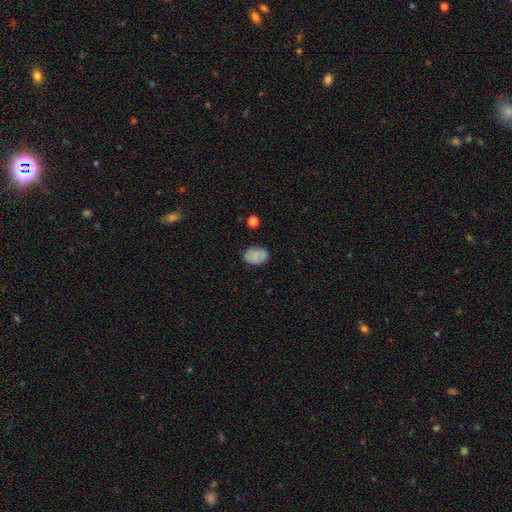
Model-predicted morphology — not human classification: type=smooth (75%); roundness=in between (81%); merging=none (78%).